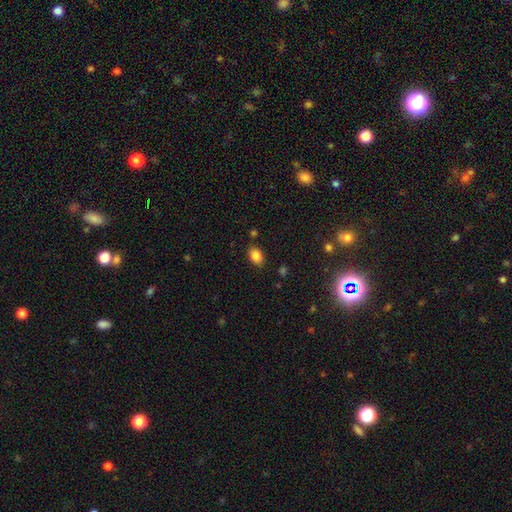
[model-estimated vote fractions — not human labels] Morphology: type=smooth (85%); roundness=in between (85%); merging=none (83%).